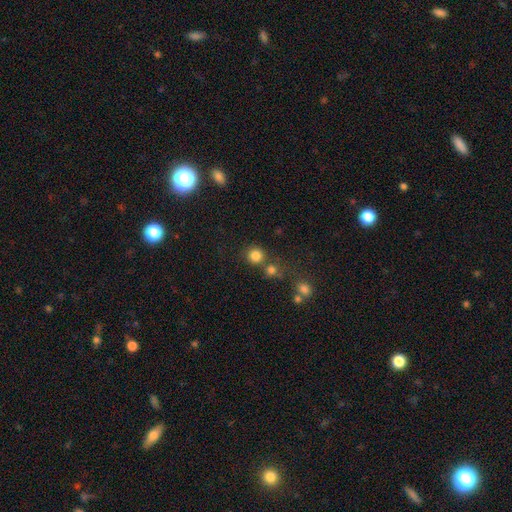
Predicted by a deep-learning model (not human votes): smooth_or_featured: smooth (p=0.81) [alt: star or artifact p=0.13]
how_rounded: round (p=0.92) [alt: in between p=0.07]
merging: none (p=0.73) [alt: merger p=0.16]